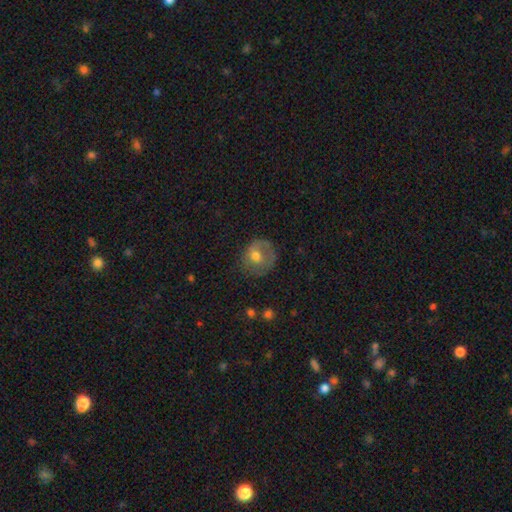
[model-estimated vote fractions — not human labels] smooth_or_featured: smooth (p=0.58) [alt: featured or disk p=0.33]
how_rounded: round (p=0.77) [alt: in between p=0.22]
merging: none (p=0.57) [alt: minor disturbance p=0.26]